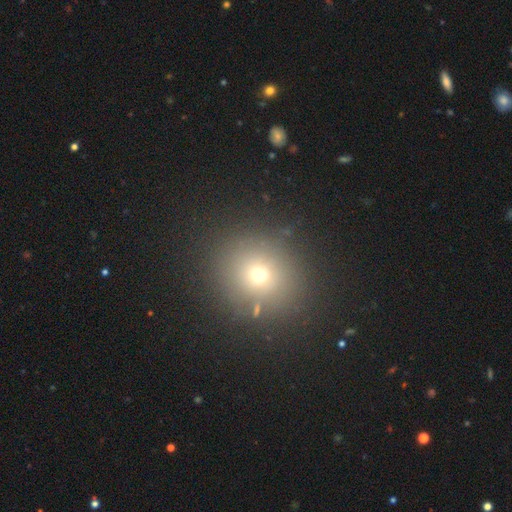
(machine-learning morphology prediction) This appears to be a smooth galaxy with no disk features (63%) that is round (85%). Merging: none (89%).